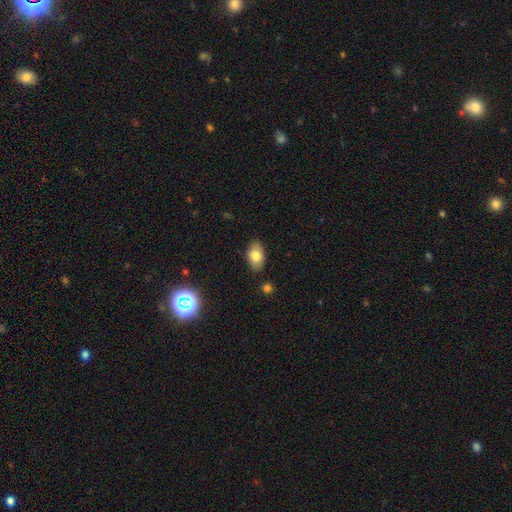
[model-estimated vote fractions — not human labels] Smooth or featured? smooth (79%)
How rounded? in between (90%)
Merging? none (84%)